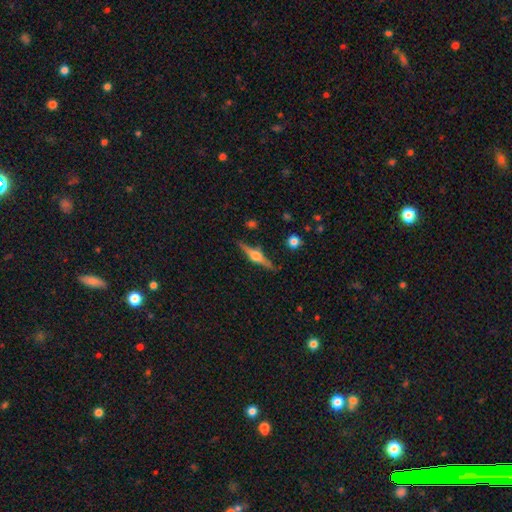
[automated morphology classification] Q: Smooth or featured?
A: featured or disk (78%); runner-up: smooth (16%)
Q: Edge-on disk?
A: yes (98%); runner-up: no (2%)
Q: Edge-on bulge?
A: rounded (93%); runner-up: boxy (5%)
Q: Merging?
A: none (87%); runner-up: minor disturbance (9%)